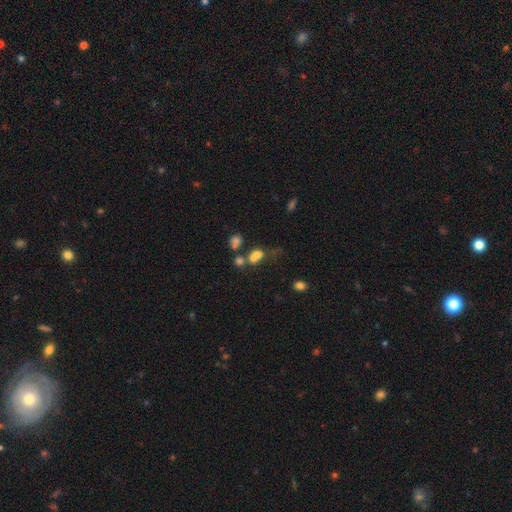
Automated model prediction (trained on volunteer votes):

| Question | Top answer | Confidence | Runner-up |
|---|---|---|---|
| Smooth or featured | smooth | 63% | star or artifact (19%) |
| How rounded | round | 69% | in between (29%) |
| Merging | merger | 49% | none (30%) |